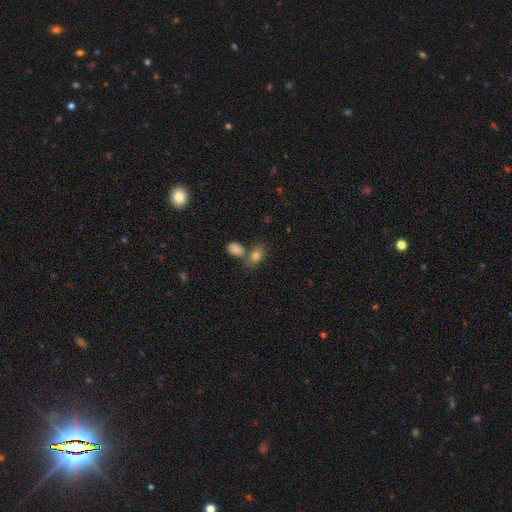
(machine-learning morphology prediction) Smooth or featured? smooth (81%)
How rounded? in between (83%)
Merging? none (50%)